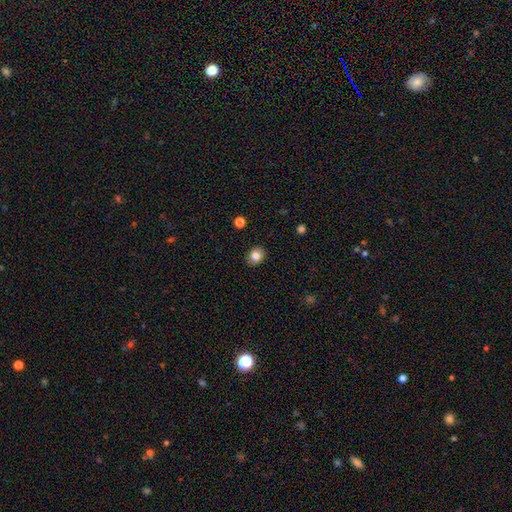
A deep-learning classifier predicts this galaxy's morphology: Smooth or featured: smooth — 83% (star or artifact — 10%)
How rounded: round — 58% (in between — 41%)
Merging: none — 89% (minor disturbance — 8%)